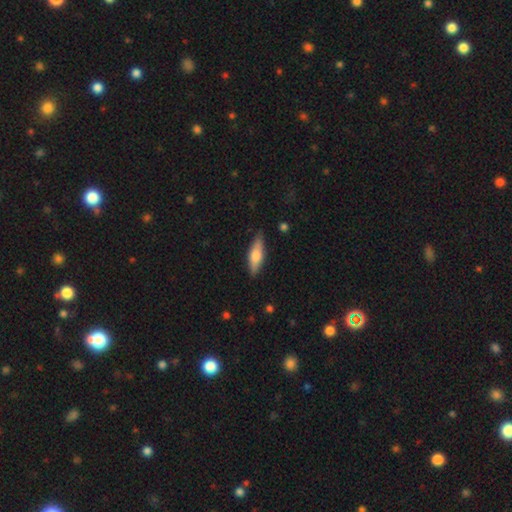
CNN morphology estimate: The model was most divided on "how rounded": cigar-shaped: 50%, in between: 47%, round: 3%. More confident: merging — none (85%); smooth or featured — smooth (56%).